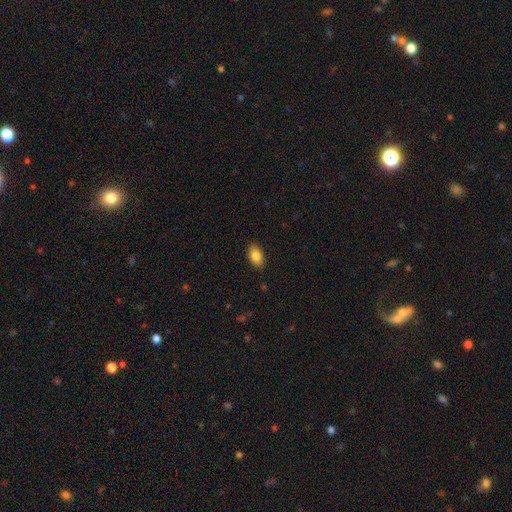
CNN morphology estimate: smooth 84%, featured or disk 8%, star or artifact 7%. Down the decision tree: how rounded — in between (93%); merging — none (88%).